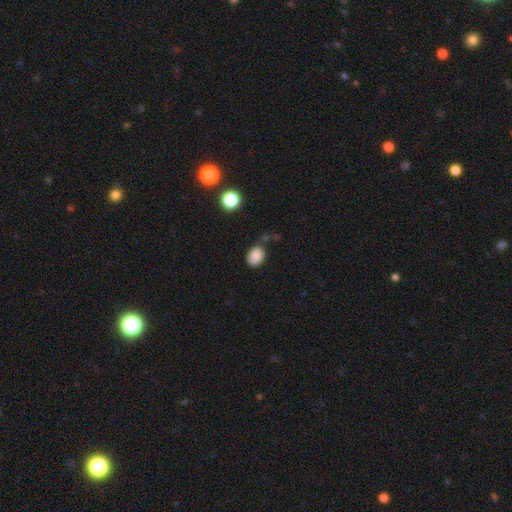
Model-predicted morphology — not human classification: smooth-or-featured: smooth: 86% | star or artifact: 10% | featured or disk: 4%
  how-rounded: in between: 69% | round: 30% | cigar-shaped: 1%
  merging: none: 71% | minor disturbance: 20% | major disturbance: 5% | merger: 4%